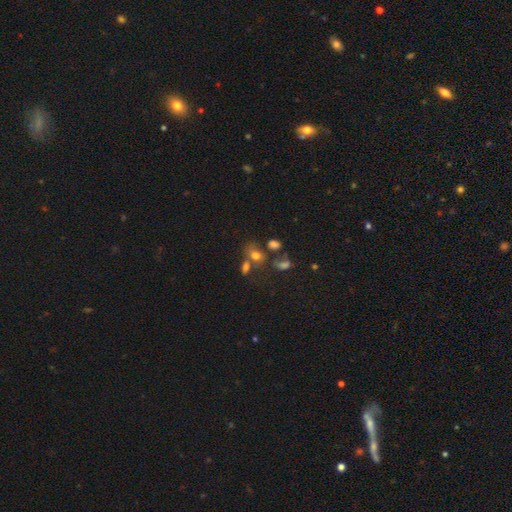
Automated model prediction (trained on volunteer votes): The model was most divided on "merging": none: 46%, merger: 30%, minor disturbance: 16%, major disturbance: 9%. More confident: smooth or featured — smooth (70%); how rounded — in between (67%).